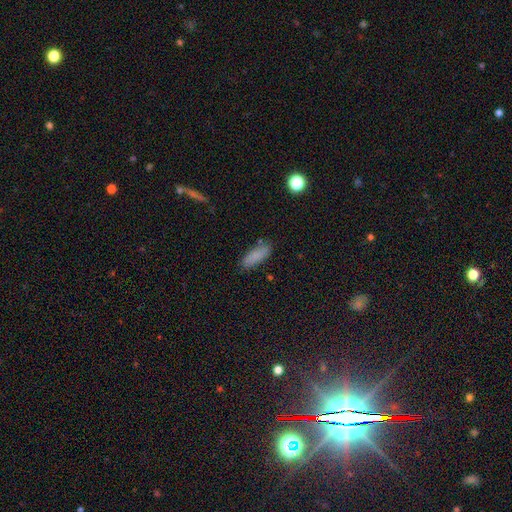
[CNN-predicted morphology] Smooth or featured?
  - smooth: 84% *
  - star or artifact: 8%
  - featured or disk: 7%
How rounded?
  - in between: 62% *
  - cigar-shaped: 36%
  - round: 2%
Merging?
  - none: 82% *
  - minor disturbance: 13%
  - major disturbance: 3%
  - merger: 3%